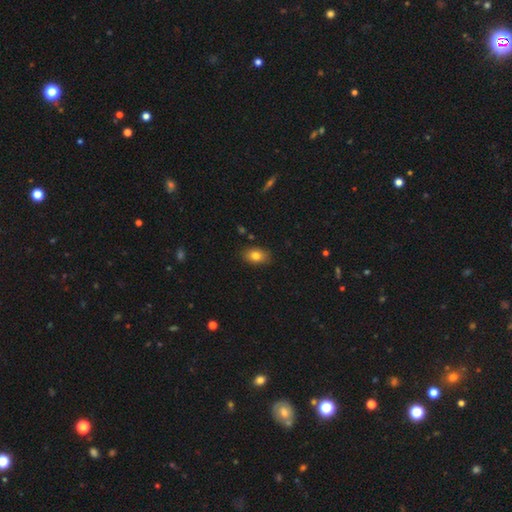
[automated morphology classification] smooth-or-featured: smooth: 80% | featured or disk: 10% | star or artifact: 9%
  how-rounded: in between: 83% | round: 15% | cigar-shaped: 2%
  merging: none: 86% | minor disturbance: 10% | major disturbance: 2% | merger: 1%